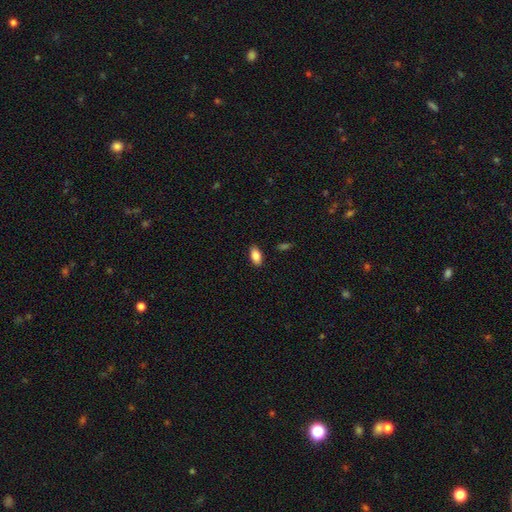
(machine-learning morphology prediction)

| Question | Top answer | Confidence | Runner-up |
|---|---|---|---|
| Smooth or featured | smooth | 86% | star or artifact (8%) |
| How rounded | in between | 92% | round (4%) |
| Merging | none | 88% | minor disturbance (9%) |